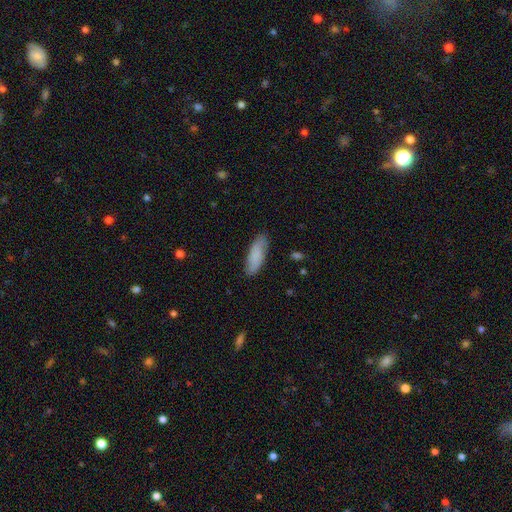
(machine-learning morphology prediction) smooth-or-featured: smooth: 78% | featured or disk: 15% | star or artifact: 6%
  how-rounded: in between: 63% | cigar-shaped: 35% | round: 2%
  merging: none: 82% | minor disturbance: 14% | major disturbance: 3% | merger: 1%